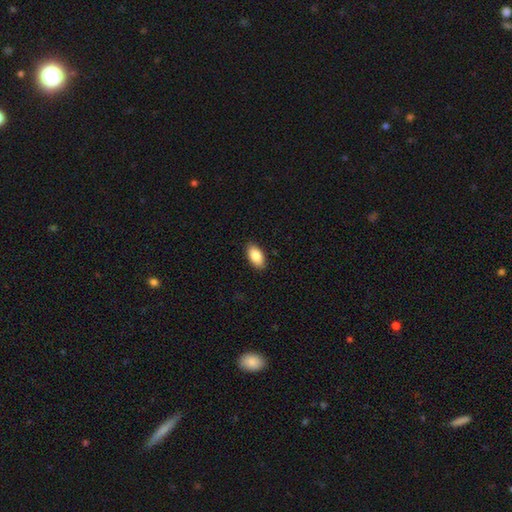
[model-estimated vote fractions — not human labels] The model was most divided on "smooth or featured": smooth: 86%, featured or disk: 7%, star or artifact: 7%. More confident: how rounded — in between (94%); merging — none (89%).